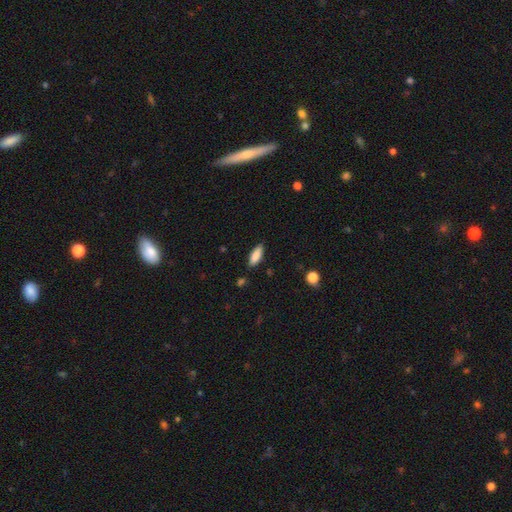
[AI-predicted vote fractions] Smooth or featured?
  - smooth: 87% *
  - featured or disk: 7%
  - star or artifact: 6%
How rounded?
  - in between: 66% *
  - cigar-shaped: 32%
  - round: 2%
Merging?
  - none: 84% *
  - minor disturbance: 13%
  - major disturbance: 2%
  - merger: 2%